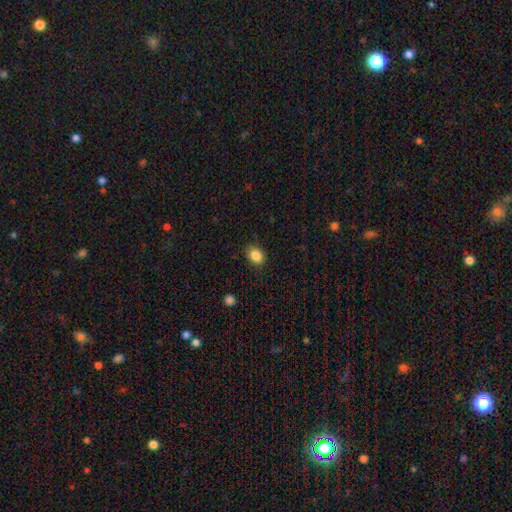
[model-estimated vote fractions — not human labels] Smooth or featured? smooth (87%)
How rounded? in between (59%)
Merging? none (83%)